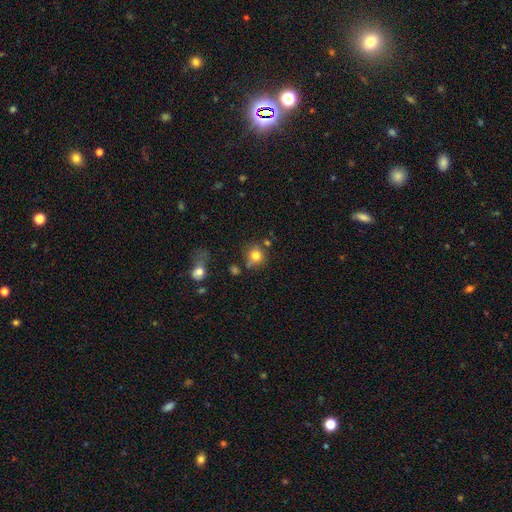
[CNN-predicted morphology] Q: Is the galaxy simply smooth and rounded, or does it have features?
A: smooth — 78%.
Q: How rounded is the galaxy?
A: round — 84%.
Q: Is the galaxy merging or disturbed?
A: none — 65%.